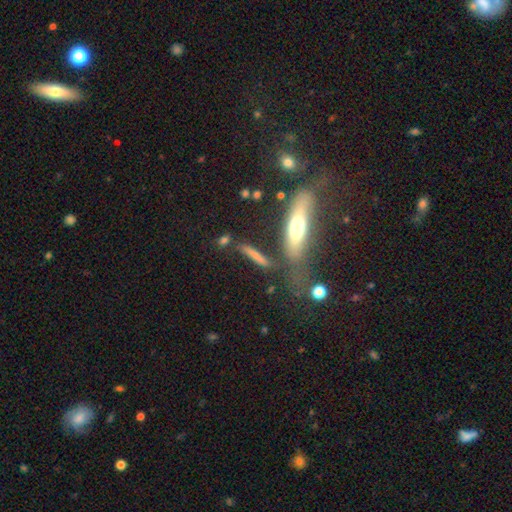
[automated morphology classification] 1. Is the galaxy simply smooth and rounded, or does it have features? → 60% smooth, 29% featured or disk, 11% star or artifact.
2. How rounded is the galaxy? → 82% cigar-shaped, 13% in between, 5% round.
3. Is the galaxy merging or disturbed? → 62% none, 15% merger, 14% minor disturbance, 8% major disturbance.